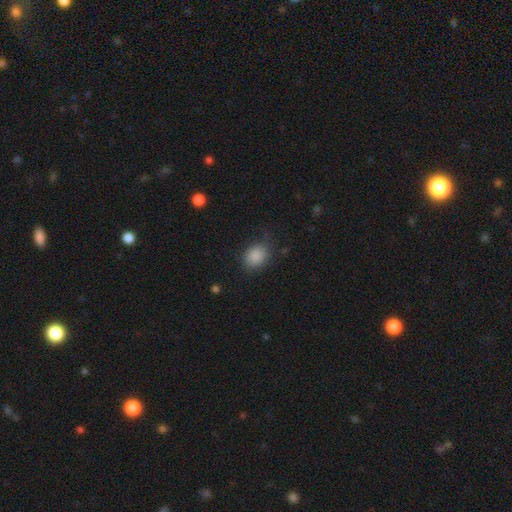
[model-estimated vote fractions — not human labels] smooth_or_featured: smooth (p=0.87) [alt: star or artifact p=0.09]
how_rounded: in between (p=0.54) [alt: round p=0.45]
merging: none (p=0.74) [alt: minor disturbance p=0.19]